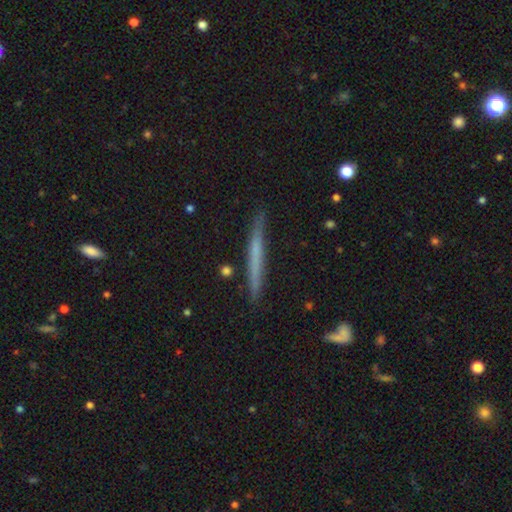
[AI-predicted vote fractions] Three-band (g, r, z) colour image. It shows a smooth galaxy with no disk features (49%). Merging: none (87%).